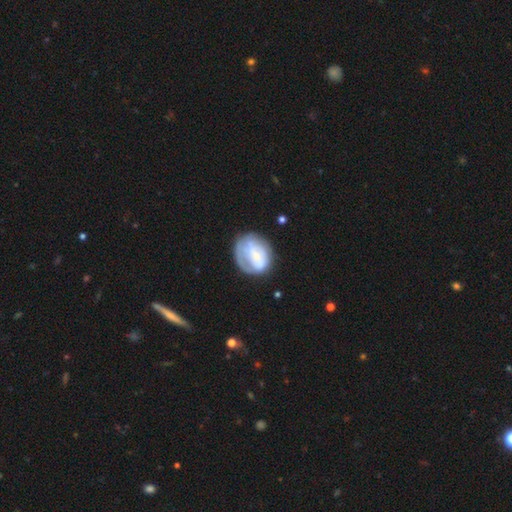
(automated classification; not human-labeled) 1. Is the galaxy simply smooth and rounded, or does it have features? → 52% featured or disk, 41% smooth, 7% star or artifact.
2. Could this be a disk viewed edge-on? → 97% no, 3% yes.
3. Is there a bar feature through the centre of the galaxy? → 63% no, 27% weak, 9% strong.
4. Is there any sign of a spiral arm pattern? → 51% yes, 49% no.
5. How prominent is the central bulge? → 63% small, 20% moderate, 12% none, 4% large, 2% dominant.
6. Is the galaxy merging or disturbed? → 51% none, 27% minor disturbance, 19% major disturbance, 3% merger.